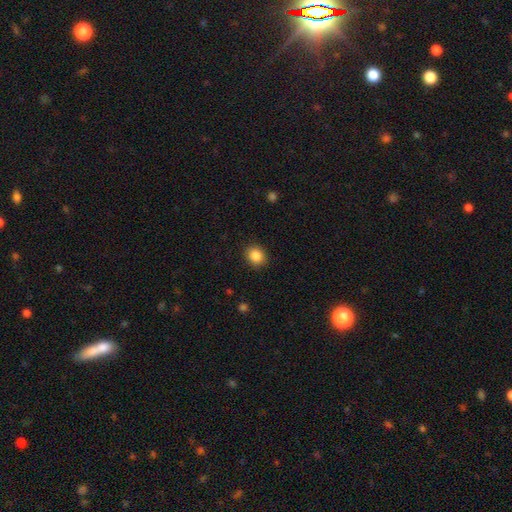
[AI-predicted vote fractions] A smooth galaxy with no disk features (86%) that is round (72%). Merging: none (89%).